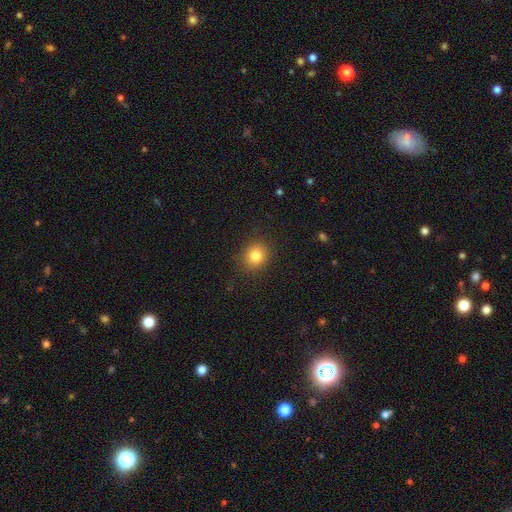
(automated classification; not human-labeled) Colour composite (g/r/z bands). It shows a smooth galaxy with no disk features (82%) that is round (82%). Merging: none (88%).